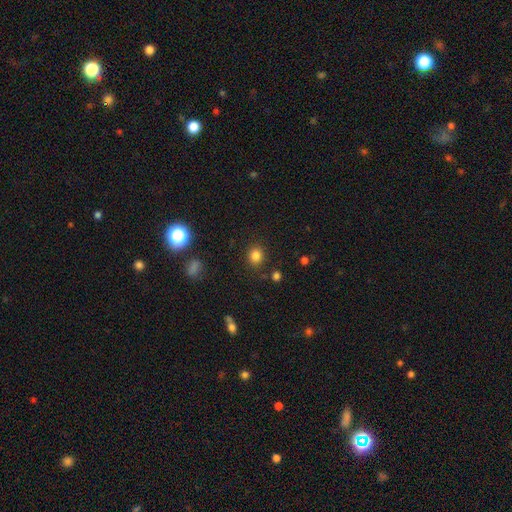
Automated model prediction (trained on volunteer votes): Overall: smooth (81%). How rounded: round (81%). Merging: none (87%).